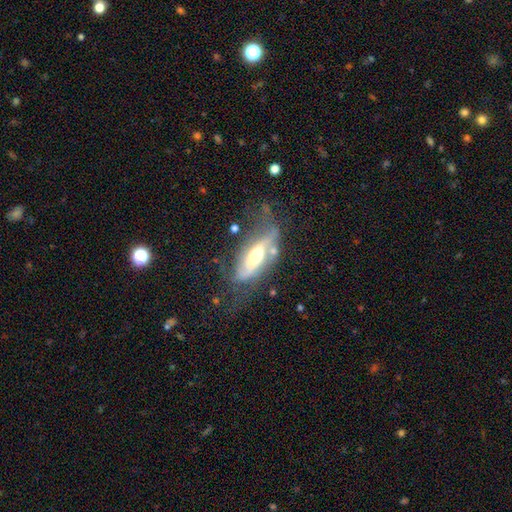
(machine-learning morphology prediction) A featured or disk galaxy (67%).

Vote fractions:
- Smooth or featured? featured or disk: 67% / smooth: 26% / star or artifact: 8%
- Edge-on disk? no: 71% / yes: 29%
- Merging? none: 42% / minor disturbance: 27% / major disturbance: 24% / merger: 7%